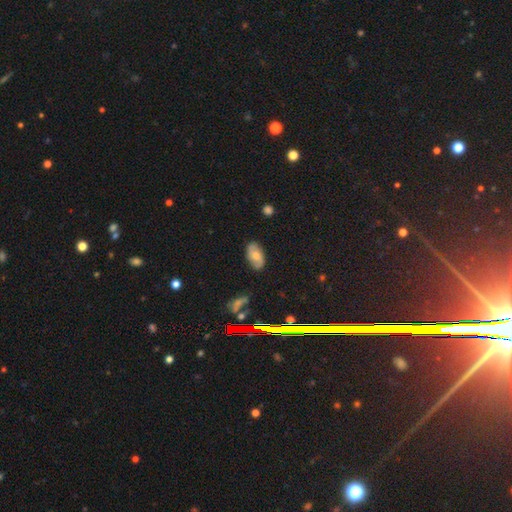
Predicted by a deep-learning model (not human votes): Smooth or featured?
  - smooth: 56% *
  - featured or disk: 34%
  - star or artifact: 9%
How rounded?
  - in between: 92% *
  - round: 5%
  - cigar-shaped: 3%
Merging?
  - none: 80% *
  - minor disturbance: 15%
  - major disturbance: 3%
  - merger: 2%